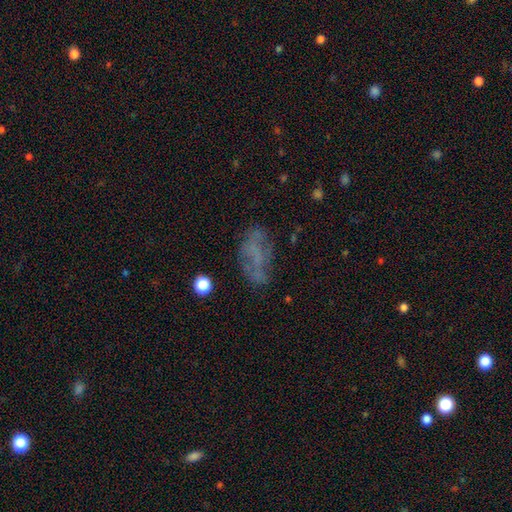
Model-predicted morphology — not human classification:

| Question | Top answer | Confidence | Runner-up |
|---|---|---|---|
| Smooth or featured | featured or disk | 45% | smooth (35%) |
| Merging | none | 57% | minor disturbance (20%) |